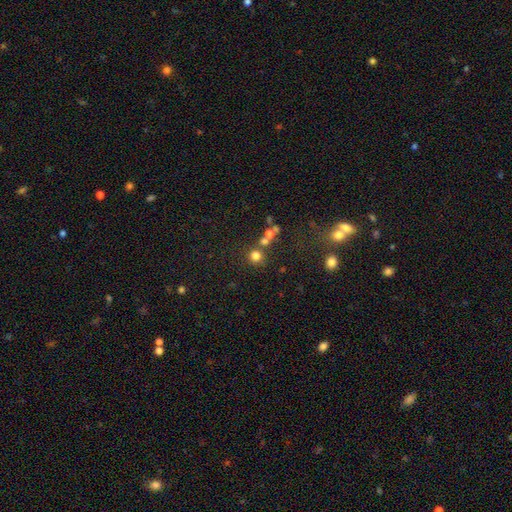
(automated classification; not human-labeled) smooth 75%, star or artifact 17%, featured or disk 8%. Down the decision tree: how rounded — round (91%); merging — none (66%).